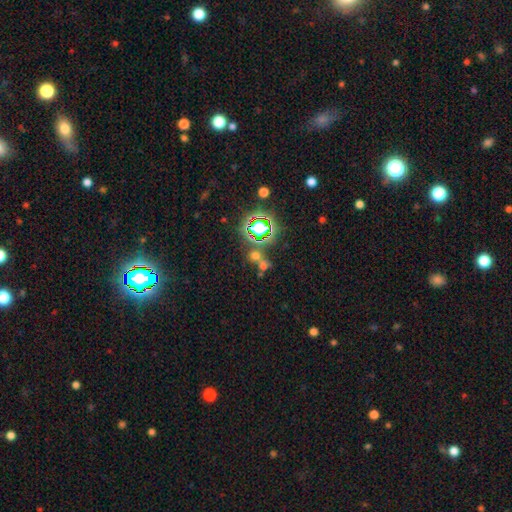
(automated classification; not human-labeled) A star or artifact, not a galaxy (45%).